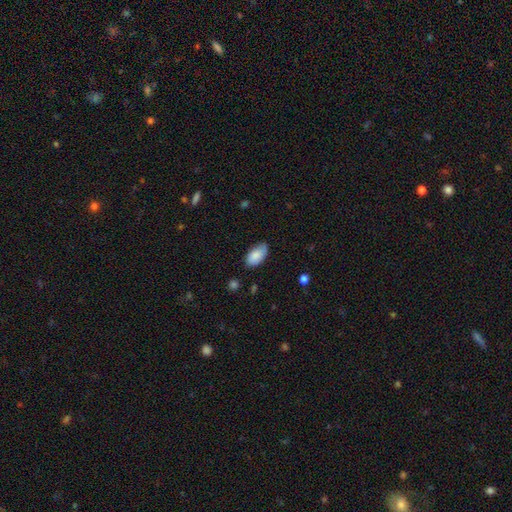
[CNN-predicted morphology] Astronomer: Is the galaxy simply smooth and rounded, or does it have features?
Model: smooth — 85%.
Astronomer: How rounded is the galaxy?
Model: in between — 95%.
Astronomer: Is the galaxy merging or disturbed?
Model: none — 73%.